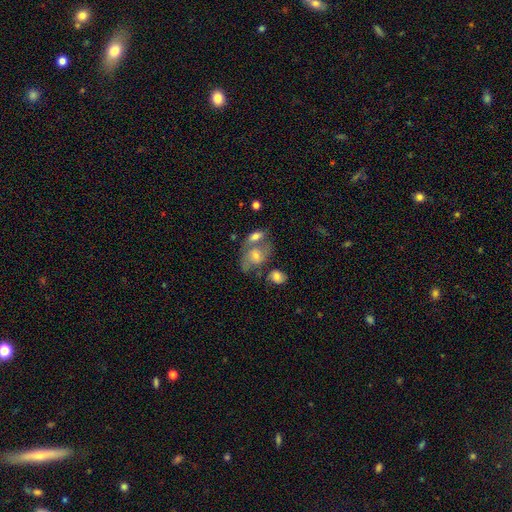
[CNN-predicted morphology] Q: Smooth or featured?
A: smooth (51%); runner-up: featured or disk (40%)
Q: How rounded?
A: in between (77%); runner-up: round (20%)
Q: Merging?
A: merger (47%); runner-up: none (27%)